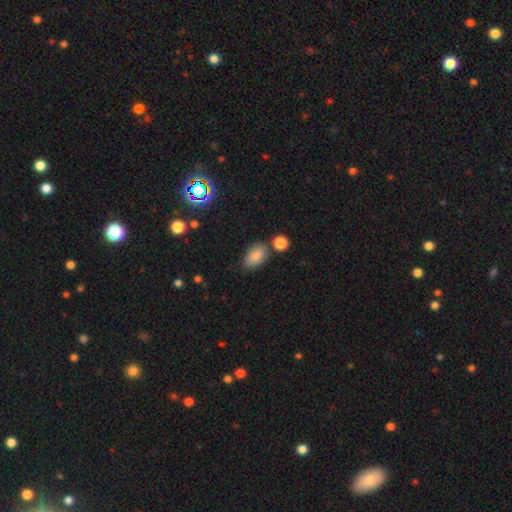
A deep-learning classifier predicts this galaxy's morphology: Smooth or featured? smooth (84%)
How rounded? in between (90%)
Merging? none (68%)